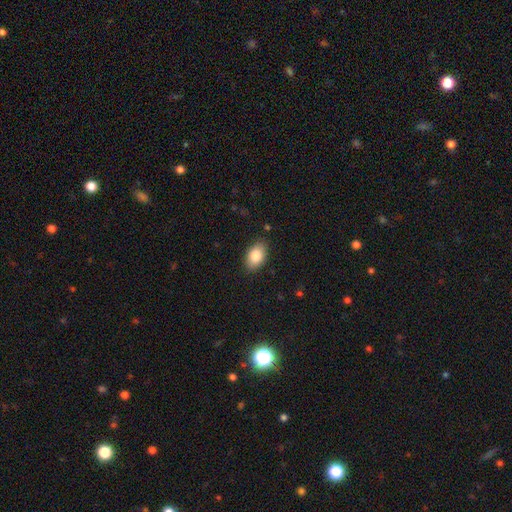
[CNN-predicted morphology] This appears to be a smooth galaxy with no disk features (84%) that is in between round and cigar-shaped (90%). Merging: none (85%).